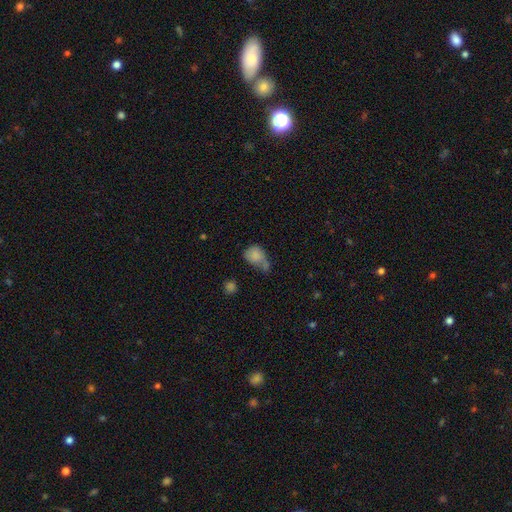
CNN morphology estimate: Smooth or featured? Predicted: smooth (p=0.78). How rounded? Predicted: in between (p=0.55). Merging? Predicted: merger (p=0.28).